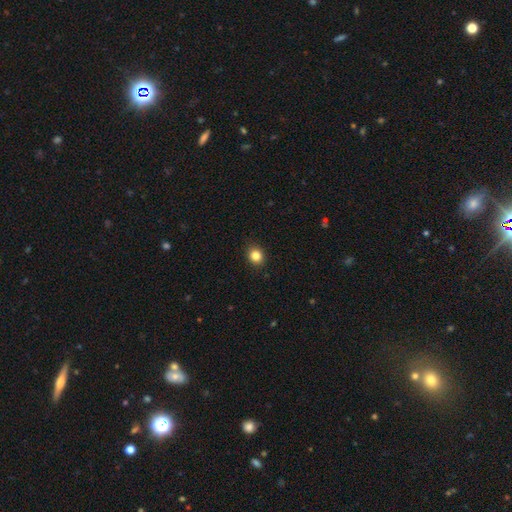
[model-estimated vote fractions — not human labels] Smooth or featured? Predicted: smooth (p=0.84). How rounded? Predicted: round (p=0.66). Merging? Predicted: none (p=0.90).